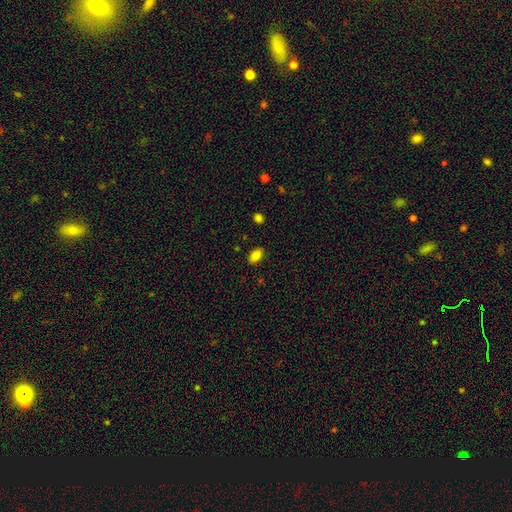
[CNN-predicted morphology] This is clearly a smooth galaxy (84%). How rounded: clearly in between (89%). Merging: clearly none (86%).